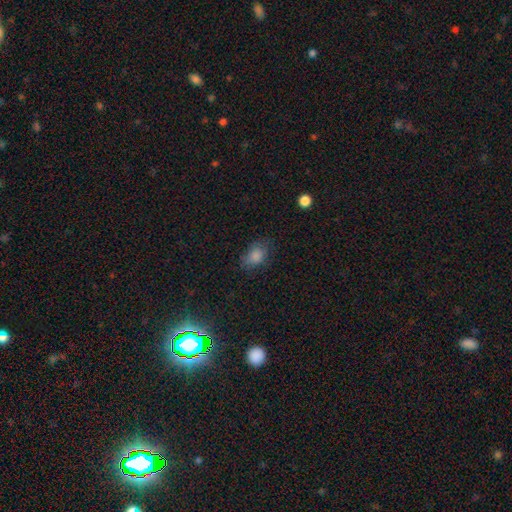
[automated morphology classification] smooth-or-featured: smooth: 83% | star or artifact: 11% | featured or disk: 7%
  how-rounded: in between: 78% | round: 20% | cigar-shaped: 2%
  merging: none: 68% | minor disturbance: 23% | major disturbance: 8% | merger: 1%